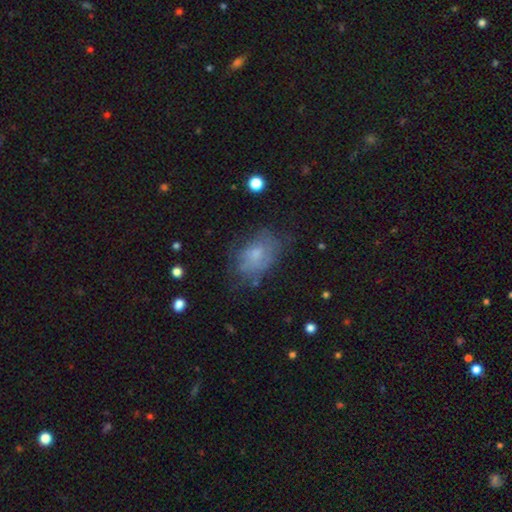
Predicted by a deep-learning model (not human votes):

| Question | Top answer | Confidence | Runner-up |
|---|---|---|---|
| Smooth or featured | smooth | 56% | featured or disk (33%) |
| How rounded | in between | 81% | round (17%) |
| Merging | none | 53% | minor disturbance (29%) |